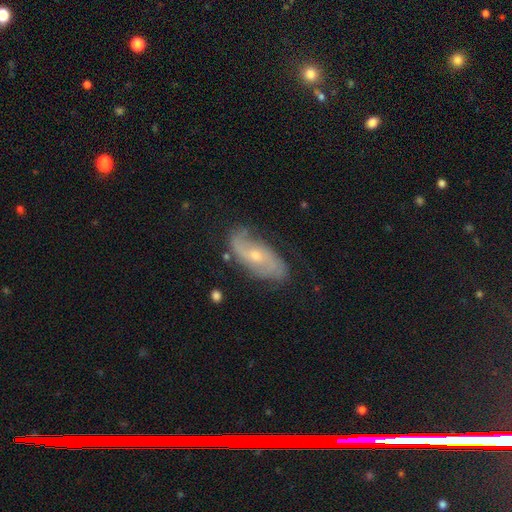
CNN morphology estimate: Smooth or featured: featured or disk — 75% (smooth — 17%)
Edge-on disk: no — 91% (yes — 9%)
Bar: no — 64% (weak — 29%)
Spiral arms: yes — 90% (no — 10%)
Spiral winding: loose — 39% (medium — 38%)
Spiral arm count: 2 — 73% (can't tell — 16%)
Bulge size: small — 58% (moderate — 38%)
Merging: none — 71% (minor disturbance — 21%)